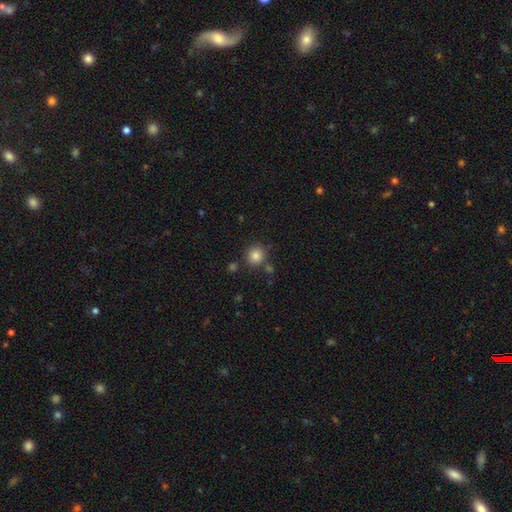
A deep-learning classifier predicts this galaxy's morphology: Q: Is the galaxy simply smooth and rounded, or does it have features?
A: smooth — 84%.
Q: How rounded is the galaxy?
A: round — 89%.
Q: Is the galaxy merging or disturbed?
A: none — 80%.